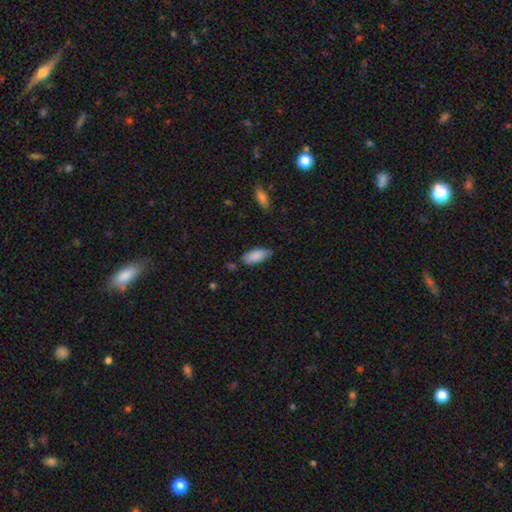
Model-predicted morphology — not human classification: This appears to be a smooth galaxy with no disk features (88%) that is in between round and cigar-shaped (85%). Merging: none (74%).